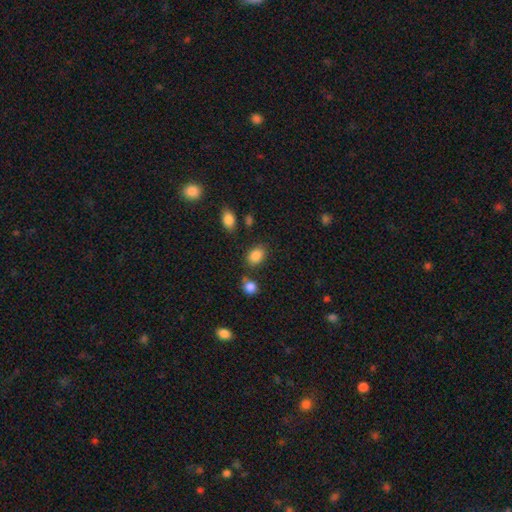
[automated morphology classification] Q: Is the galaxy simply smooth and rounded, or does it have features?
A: smooth — 86%.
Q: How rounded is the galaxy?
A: in between — 72%.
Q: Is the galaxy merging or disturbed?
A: none — 75%.